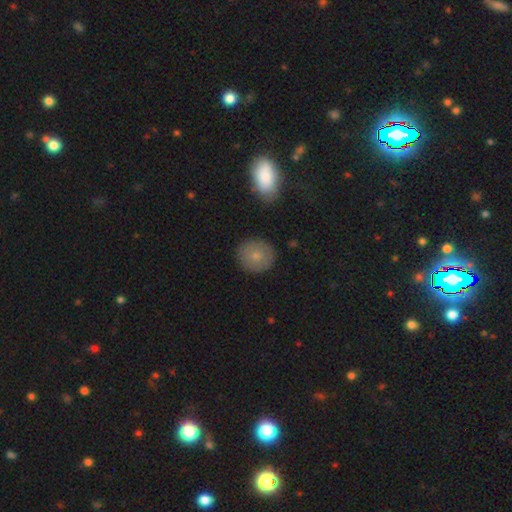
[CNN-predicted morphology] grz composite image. It shows a smooth galaxy with no disk features (77%) that is round (88%). Merging: none (86%).